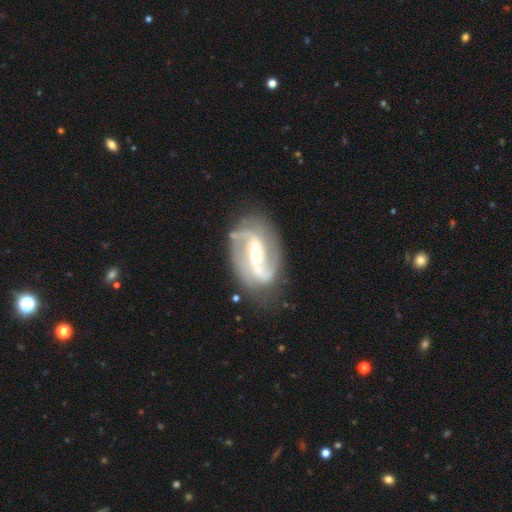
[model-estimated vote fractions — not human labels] Overall: featured or disk (90%). Edge-on disk: no (97%). Bar: strong (48%; weak 33%). Spiral arms: yes (97%). Spiral arm count: 2 (89%). Spiral winding: medium (48%; loose 32%). Bulge size: small (55%; moderate 40%). Merging: none (75%).